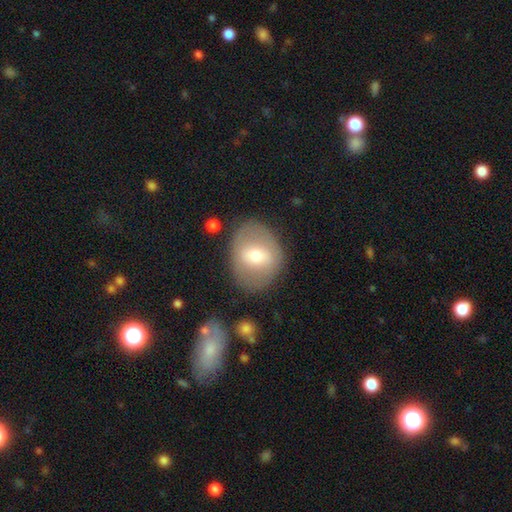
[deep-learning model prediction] The model was most divided on "how rounded": in between: 51%, round: 48%, cigar-shaped: 1%. More confident: merging — none (79%); smooth or featured — smooth (54%).